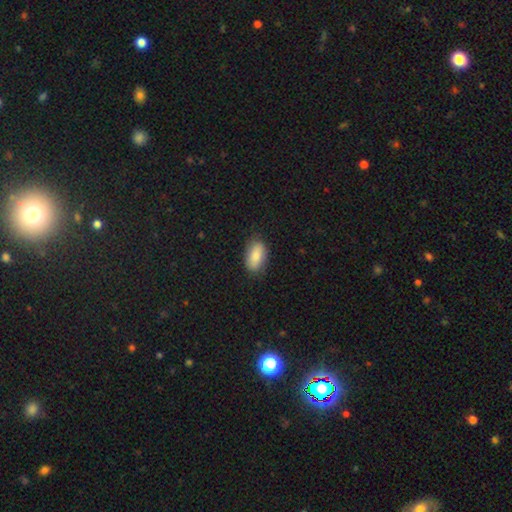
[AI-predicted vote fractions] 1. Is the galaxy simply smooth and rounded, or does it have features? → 85% smooth, 9% featured or disk, 6% star or artifact.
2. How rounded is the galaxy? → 91% in between, 5% cigar-shaped, 4% round.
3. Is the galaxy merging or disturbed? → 81% none, 15% minor disturbance, 3% major disturbance, 1% merger.